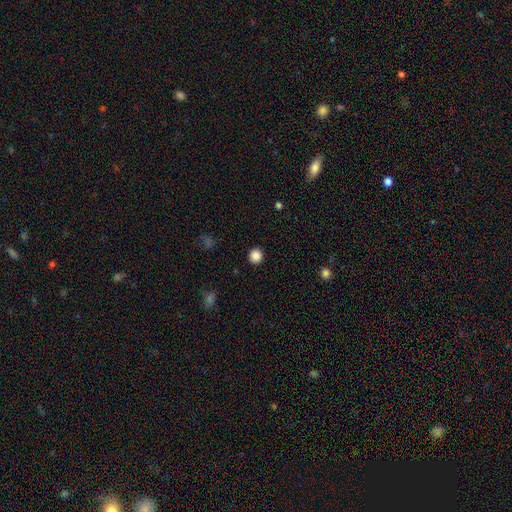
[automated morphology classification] Q: Smooth or featured?
A: smooth (86%); runner-up: star or artifact (11%)
Q: How rounded?
A: round (89%); runner-up: in between (10%)
Q: Merging?
A: none (92%); runner-up: minor disturbance (5%)